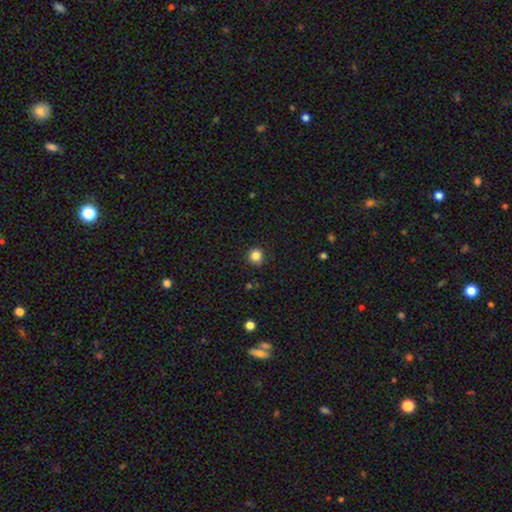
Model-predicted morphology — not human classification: A smooth galaxy with no disk features (85%) that is round (92%).

Vote fractions:
- Smooth or featured? smooth: 85% / star or artifact: 11% / featured or disk: 4%
- How rounded? round: 92% / in between: 7% / cigar-shaped: 1%
- Merging? none: 89% / minor disturbance: 8% / major disturbance: 2% / merger: 1%